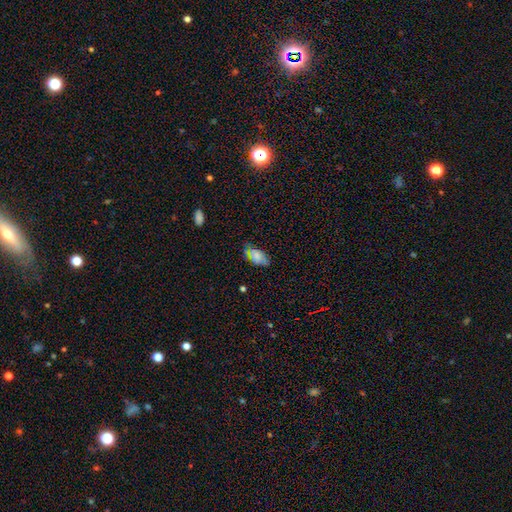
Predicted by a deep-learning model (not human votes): smooth-or-featured: smooth: 67% | featured or disk: 17% | star or artifact: 15%
  how-rounded: in between: 93% | round: 5% | cigar-shaped: 3%
  merging: none: 66% | minor disturbance: 25% | major disturbance: 7% | merger: 2%